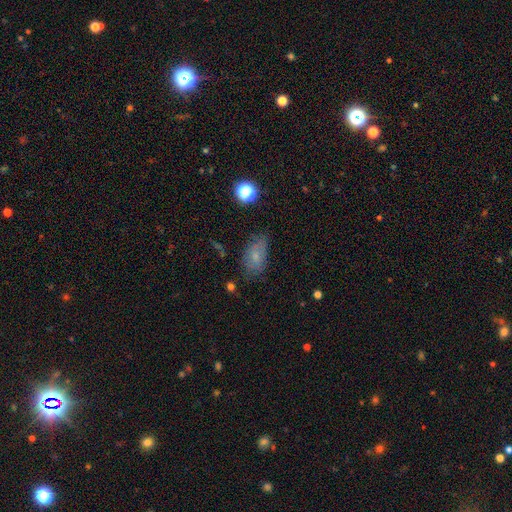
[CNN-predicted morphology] The model was most divided on "merging": none: 60%, minor disturbance: 28%, major disturbance: 10%, merger: 3%. More confident: how rounded — in between (87%); smooth or featured — smooth (62%).